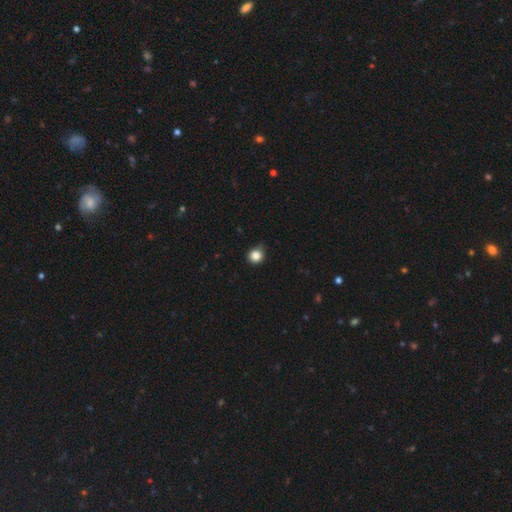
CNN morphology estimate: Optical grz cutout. It shows a smooth galaxy with no disk features (84%) that is round (89%). Merging: none (77%).